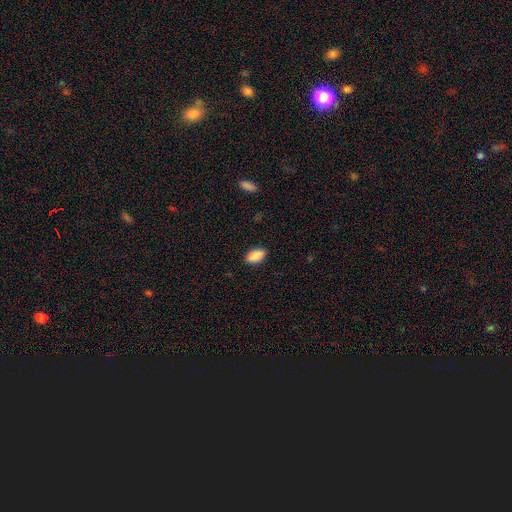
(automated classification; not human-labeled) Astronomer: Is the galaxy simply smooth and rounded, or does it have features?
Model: smooth — 89%.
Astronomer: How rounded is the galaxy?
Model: in between — 93%.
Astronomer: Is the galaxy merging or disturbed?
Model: none — 89%.